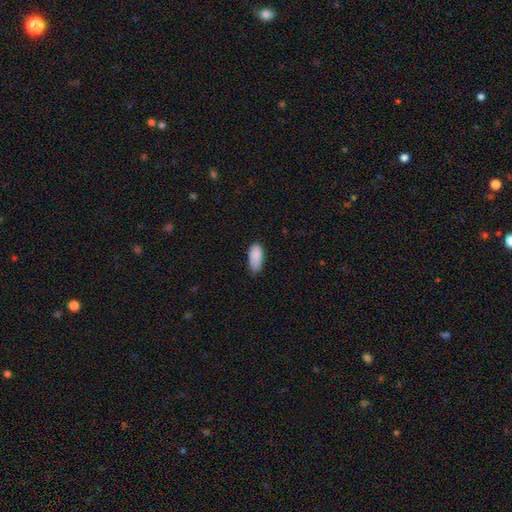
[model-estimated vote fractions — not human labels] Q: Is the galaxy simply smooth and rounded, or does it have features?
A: smooth — 88%.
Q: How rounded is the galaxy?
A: in between — 90%.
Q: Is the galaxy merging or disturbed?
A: none — 63%.